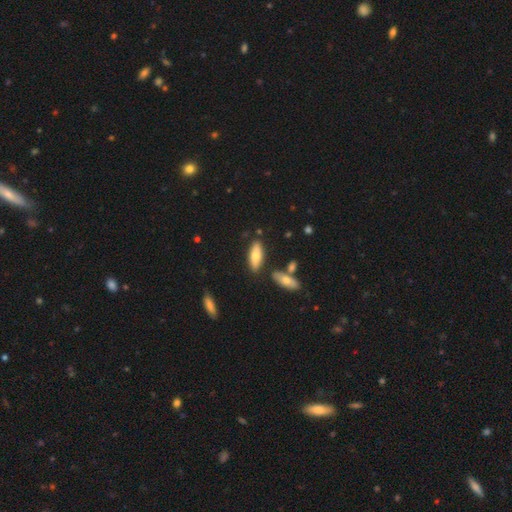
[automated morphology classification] Smooth or featured: smooth — 72% (featured or disk — 22%)
How rounded: in between — 61% (cigar-shaped — 37%)
Merging: none — 79% (minor disturbance — 12%)